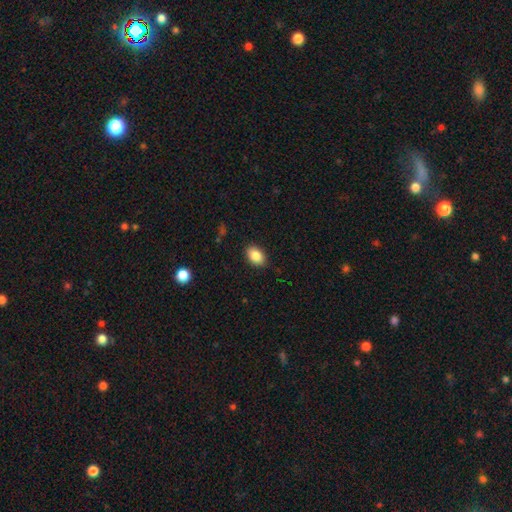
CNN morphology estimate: smooth 87%, star or artifact 8%, featured or disk 6%. Down the decision tree: how rounded — in between (87%); merging — none (87%).